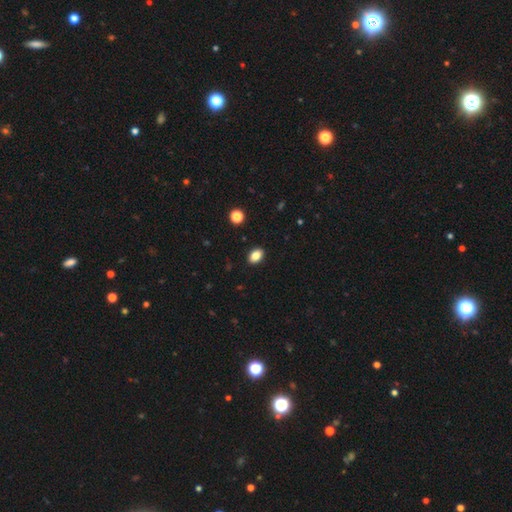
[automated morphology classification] smooth 85%, star or artifact 10%, featured or disk 6%. Down the decision tree: how rounded — in between (81%); merging — none (91%).